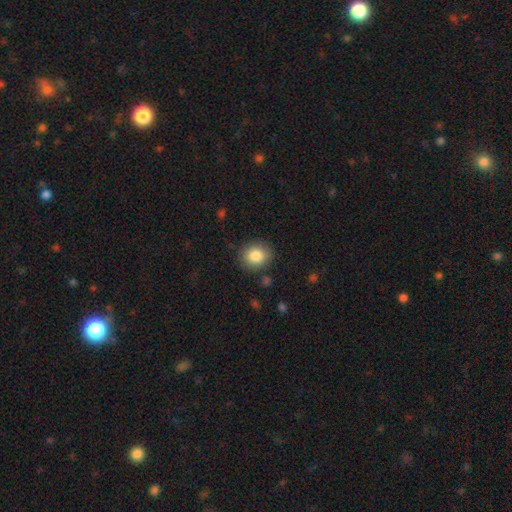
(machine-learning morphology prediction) The model was most divided on "how rounded": round: 76%, in between: 23%, cigar-shaped: 1%. More confident: smooth or featured — smooth (85%); merging — none (85%).